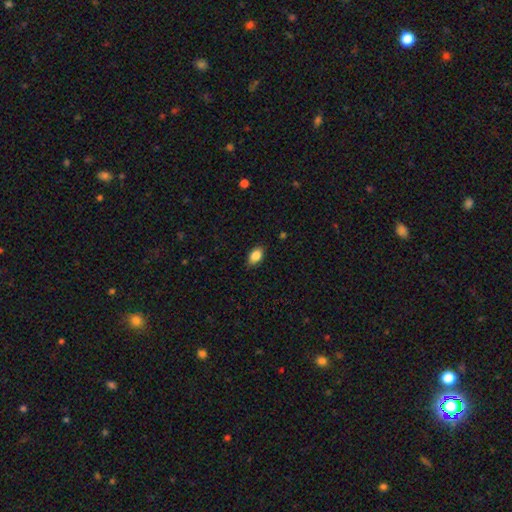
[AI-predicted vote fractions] Q: Smooth or featured?
A: smooth (86%); runner-up: star or artifact (8%)
Q: How rounded?
A: in between (88%); runner-up: round (10%)
Q: Merging?
A: none (85%); runner-up: minor disturbance (11%)